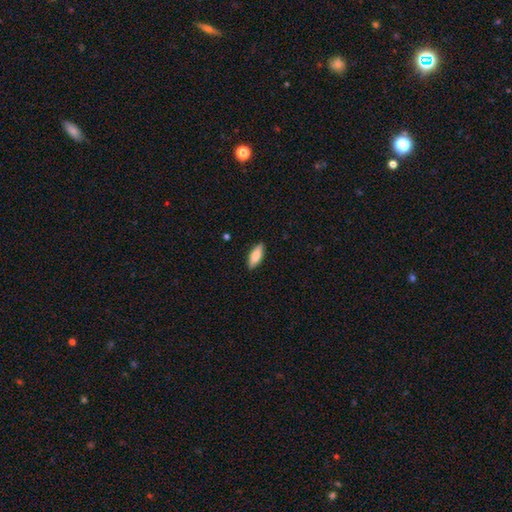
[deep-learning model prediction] Morphology: type=smooth (73%); roundness=in between (67%); merging=none (89%).